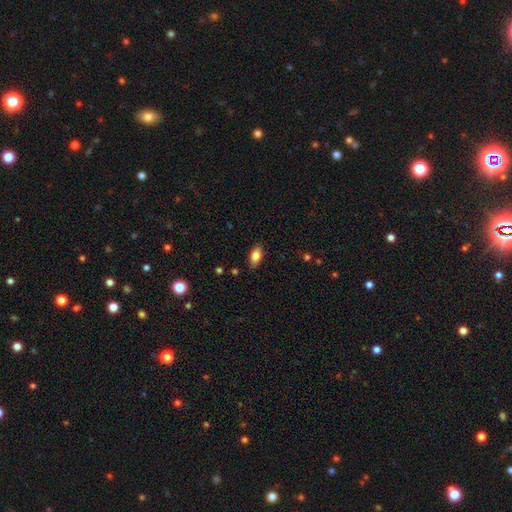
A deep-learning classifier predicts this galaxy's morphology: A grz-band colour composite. It shows a smooth galaxy with no disk features (83%) that is in between round and cigar-shaped (90%). Merging: none (85%).